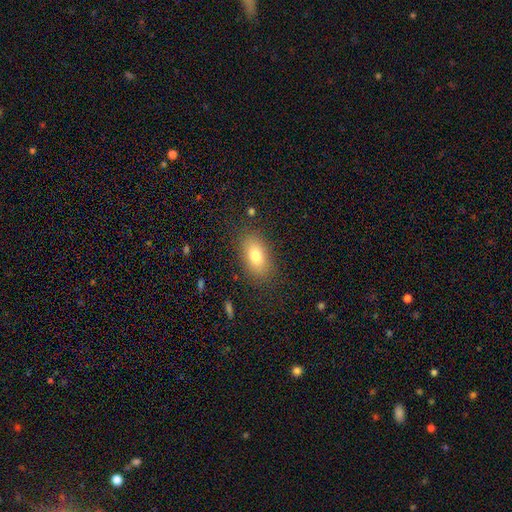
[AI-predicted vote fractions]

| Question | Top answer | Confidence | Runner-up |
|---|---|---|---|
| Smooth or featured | smooth | 80% | featured or disk (11%) |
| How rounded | in between | 89% | round (7%) |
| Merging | none | 84% | minor disturbance (11%) |